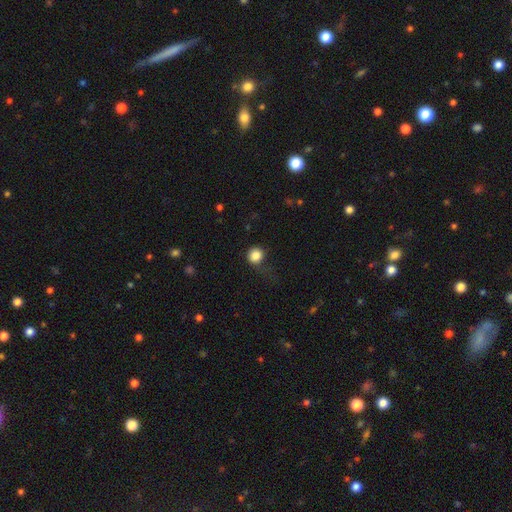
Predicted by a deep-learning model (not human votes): This appears to be a smooth galaxy with no disk features (86%) that is round (90%). Merging: none (68%).